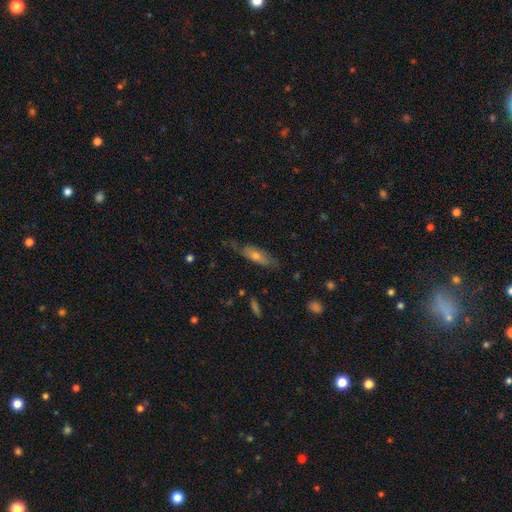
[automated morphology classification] A featured or disk galaxy (47%). Merging: none (65%).